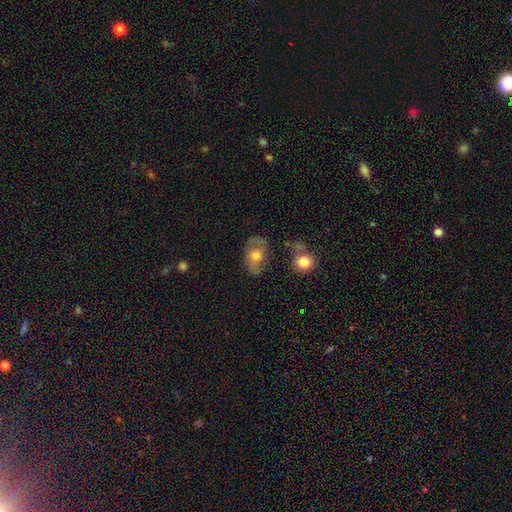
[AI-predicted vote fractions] Q: Smooth or featured?
A: featured or disk (50%); runner-up: smooth (42%)
Q: Merging?
A: none (61%); runner-up: minor disturbance (23%)